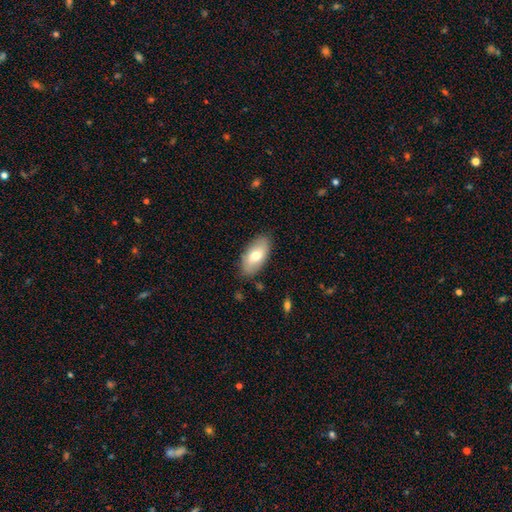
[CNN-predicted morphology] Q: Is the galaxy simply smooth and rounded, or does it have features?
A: smooth — 71%.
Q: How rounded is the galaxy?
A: in between — 93%.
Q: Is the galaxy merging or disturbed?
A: none — 85%.